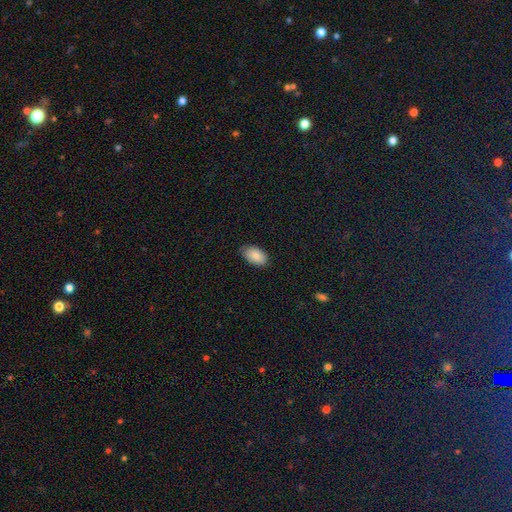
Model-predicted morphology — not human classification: smooth 88%, star or artifact 7%, featured or disk 6%. Down the decision tree: how rounded — in between (95%); merging — none (82%).